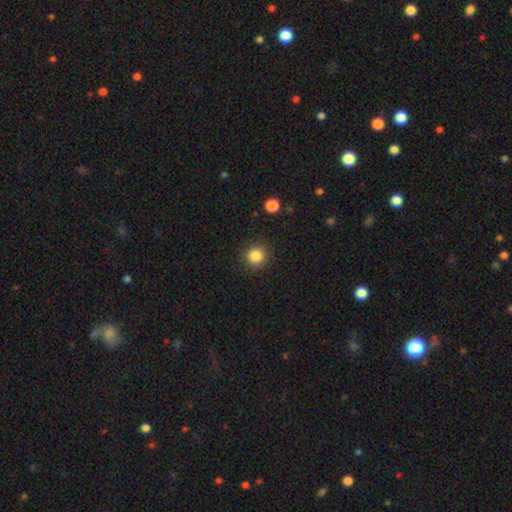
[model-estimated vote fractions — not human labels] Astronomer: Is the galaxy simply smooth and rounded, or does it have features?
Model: smooth — 85%.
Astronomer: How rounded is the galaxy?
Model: round — 93%.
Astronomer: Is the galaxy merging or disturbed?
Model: none — 89%.